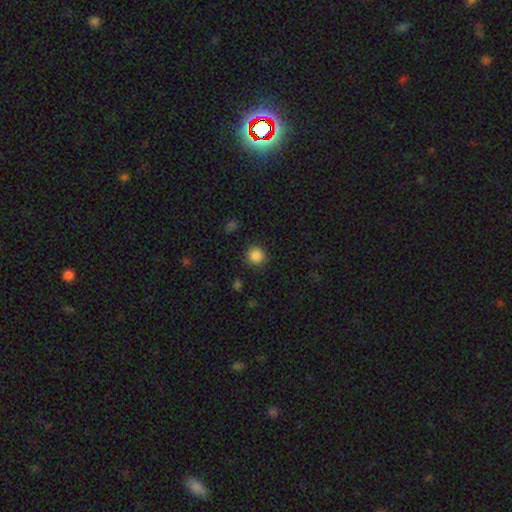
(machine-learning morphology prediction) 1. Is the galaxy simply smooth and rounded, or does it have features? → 86% smooth, 11% star or artifact, 3% featured or disk.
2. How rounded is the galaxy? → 93% round, 6% in between, 1% cigar-shaped.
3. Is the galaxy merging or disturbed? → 89% none, 7% minor disturbance, 3% major disturbance, 1% merger.